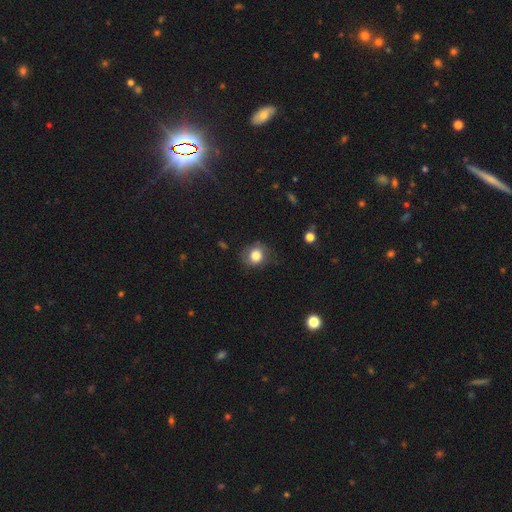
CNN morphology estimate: smooth_or_featured: smooth (p=0.80) [alt: featured or disk p=0.11]
how_rounded: round (p=0.75) [alt: in between p=0.24]
merging: none (p=0.70) [alt: minor disturbance p=0.21]